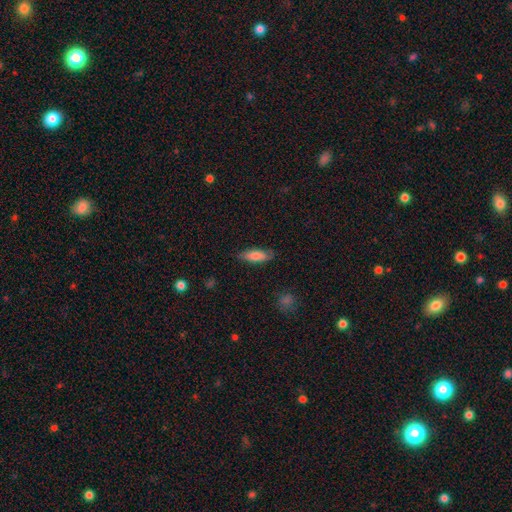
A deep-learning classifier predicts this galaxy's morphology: The model was most divided on "how rounded": in between: 60%, cigar-shaped: 38%, round: 2%. More confident: merging — none (81%); smooth or featured — smooth (79%).